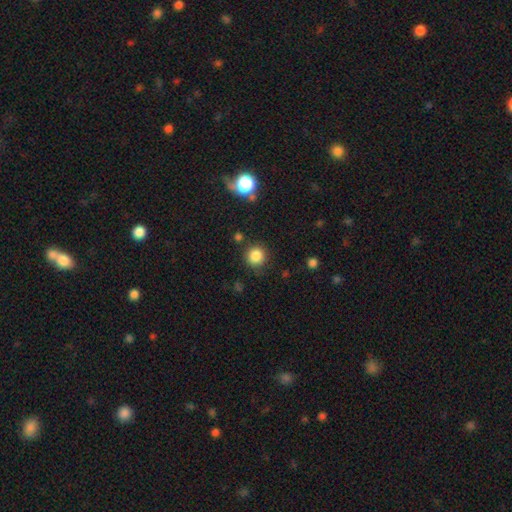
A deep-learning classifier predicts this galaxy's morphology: Smooth or featured?
  - smooth: 84% *
  - star or artifact: 12%
  - featured or disk: 5%
How rounded?
  - round: 92% *
  - in between: 7%
  - cigar-shaped: 1%
Merging?
  - none: 85% *
  - minor disturbance: 9%
  - major disturbance: 3%
  - merger: 3%